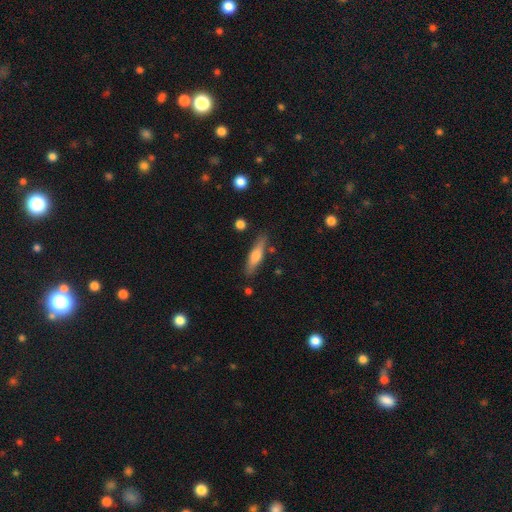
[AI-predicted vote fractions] Smooth or featured: smooth — 55% (featured or disk — 39%)
How rounded: cigar-shaped — 77% (in between — 21%)
Merging: none — 82% (minor disturbance — 12%)